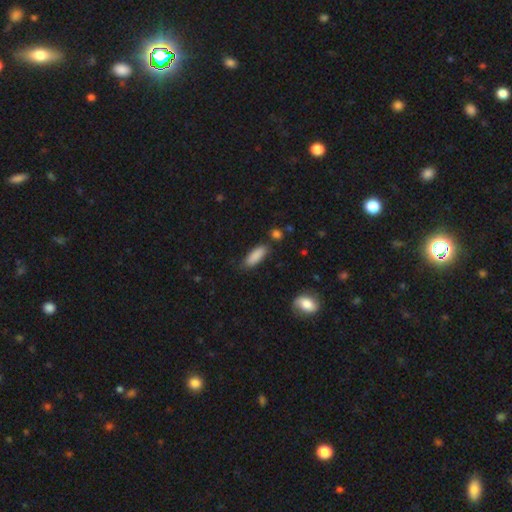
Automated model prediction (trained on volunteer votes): Overall: smooth (88%). How rounded: in between (63%; cigar-shaped 35%). Merging: none (79%).